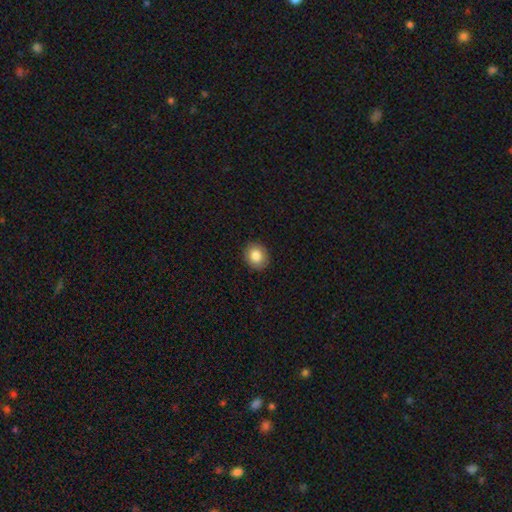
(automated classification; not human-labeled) Smooth or featured?
  - smooth: 84% *
  - star or artifact: 8%
  - featured or disk: 8%
How rounded?
  - round: 74% *
  - in between: 25%
  - cigar-shaped: 1%
Merging?
  - none: 91% *
  - minor disturbance: 7%
  - major disturbance: 2%
  - merger: 1%